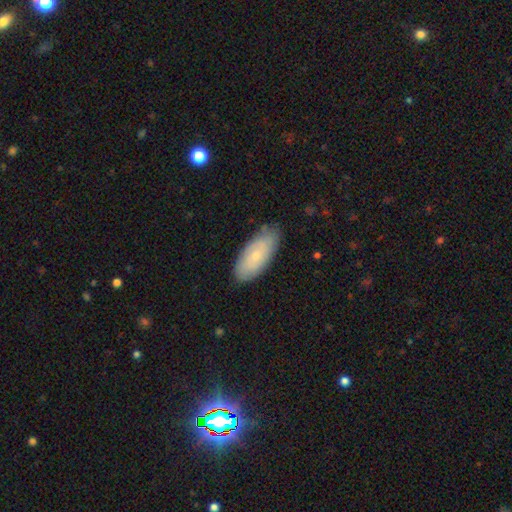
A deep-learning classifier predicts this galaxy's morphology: Overall: smooth (60%; featured or disk 33%). How rounded: in between (84%). Merging: none (80%).